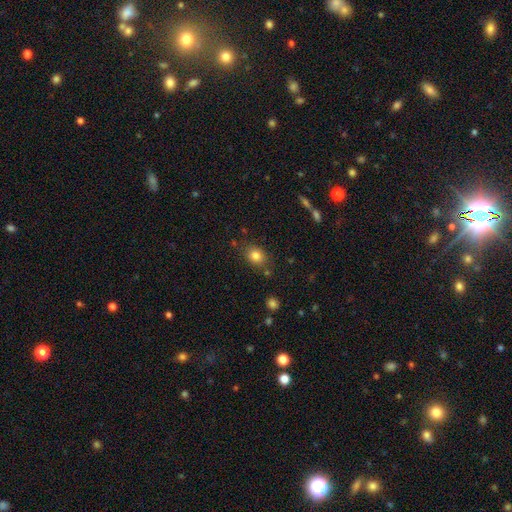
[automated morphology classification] Overall: smooth (81%). How rounded: in between (55%; round 44%). Merging: none (79%).